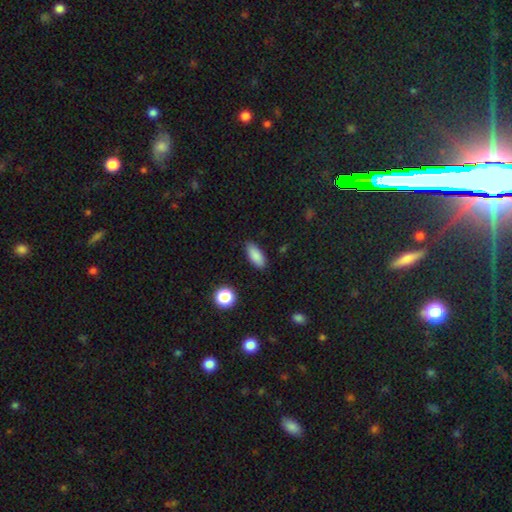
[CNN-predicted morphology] Smooth or featured?
  - smooth: 86% *
  - star or artifact: 9%
  - featured or disk: 5%
How rounded?
  - in between: 81% *
  - cigar-shaped: 16%
  - round: 3%
Merging?
  - none: 86% *
  - minor disturbance: 10%
  - major disturbance: 2%
  - merger: 1%